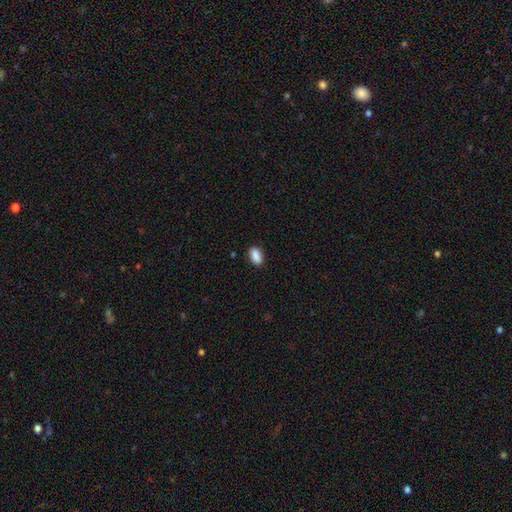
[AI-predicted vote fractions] This appears to be a smooth galaxy with no disk features (88%) that is in between round and cigar-shaped (87%). Merging: none (84%).